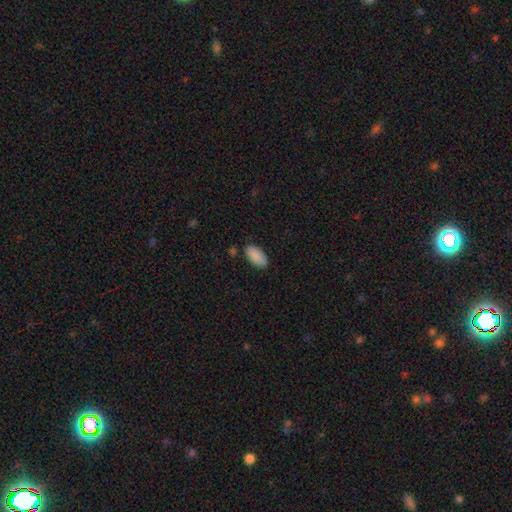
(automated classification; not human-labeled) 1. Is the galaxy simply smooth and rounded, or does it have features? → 89% smooth, 7% star or artifact, 4% featured or disk.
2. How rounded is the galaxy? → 94% in between, 4% cigar-shaped, 2% round.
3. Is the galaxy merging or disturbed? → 82% none, 13% minor disturbance, 3% major disturbance, 3% merger.